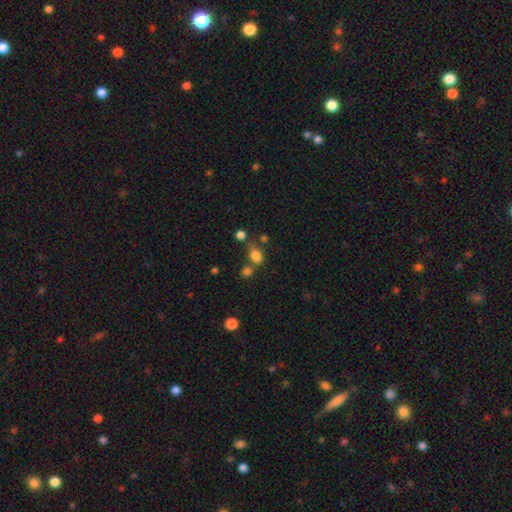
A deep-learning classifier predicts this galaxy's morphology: smooth_or_featured: smooth (p=0.81) [alt: star or artifact p=0.13]
how_rounded: in between (p=0.78) [alt: round p=0.20]
merging: none (p=0.59) [alt: merger p=0.18]